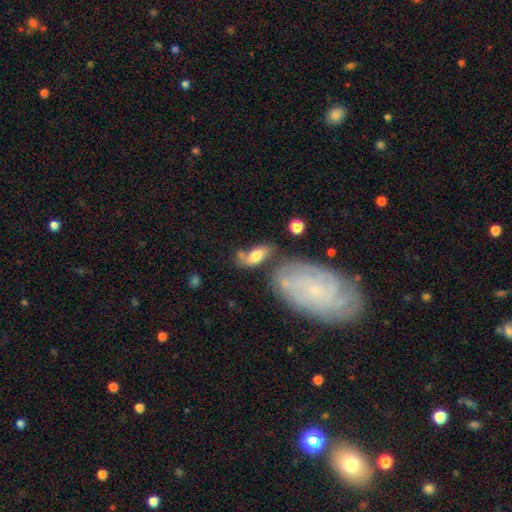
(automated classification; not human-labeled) smooth-or-featured: smooth: 66% | featured or disk: 26% | star or artifact: 8%
  how-rounded: in between: 85% | cigar-shaped: 11% | round: 5%
  merging: none: 46% | minor disturbance: 21% | merger: 20% | major disturbance: 12%